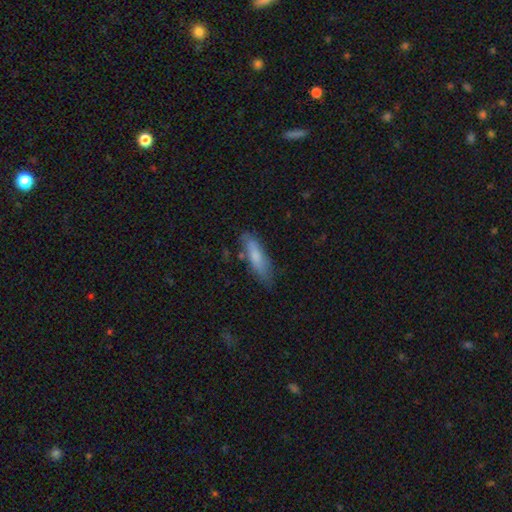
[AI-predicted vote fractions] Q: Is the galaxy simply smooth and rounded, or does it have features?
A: smooth — 73%.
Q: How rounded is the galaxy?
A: cigar-shaped — 65%.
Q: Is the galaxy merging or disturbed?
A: none — 72%.